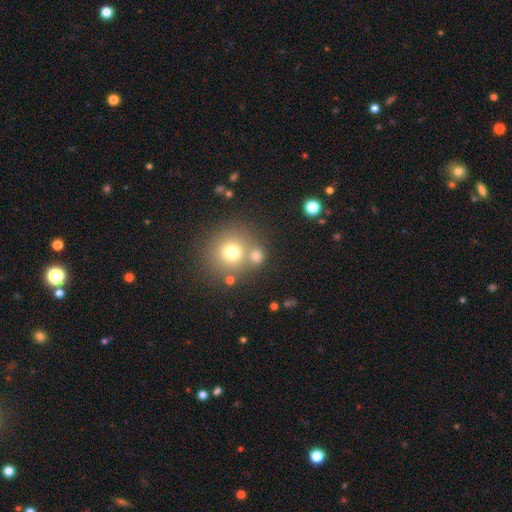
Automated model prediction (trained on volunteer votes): smooth-or-featured: smooth: 72% | star or artifact: 16% | featured or disk: 12%
  how-rounded: round: 85% | in between: 14% | cigar-shaped: 1%
  merging: none: 57% | merger: 30% | minor disturbance: 8% | major disturbance: 5%